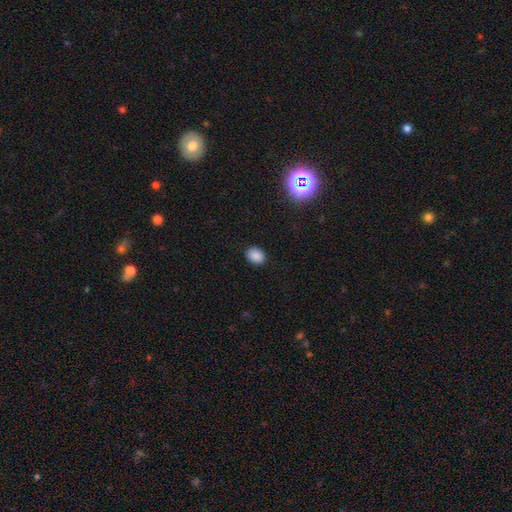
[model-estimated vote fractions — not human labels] A smooth galaxy with no disk features (87%) that is in between round and cigar-shaped (62%). Merging: none (89%).